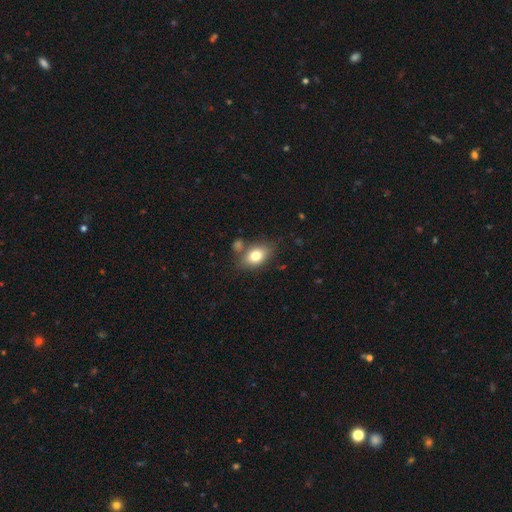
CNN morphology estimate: This is likely a smooth galaxy (77%). How rounded: likely in between (80%). Merging: likely none (67%).